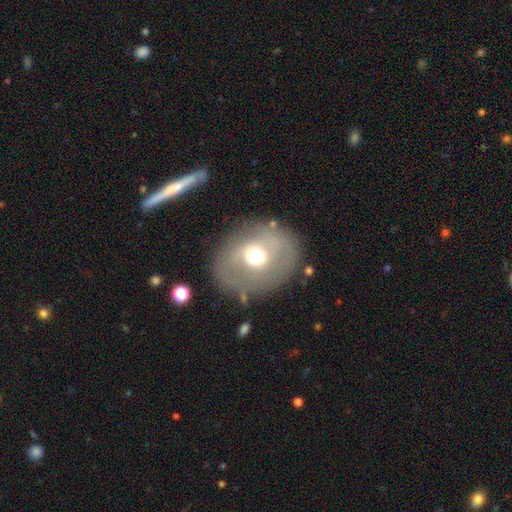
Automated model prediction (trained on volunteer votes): featured or disk 51%, smooth 40%, star or artifact 9%. Down the decision tree: edge-on disk — no (94%); merging — none (73%).